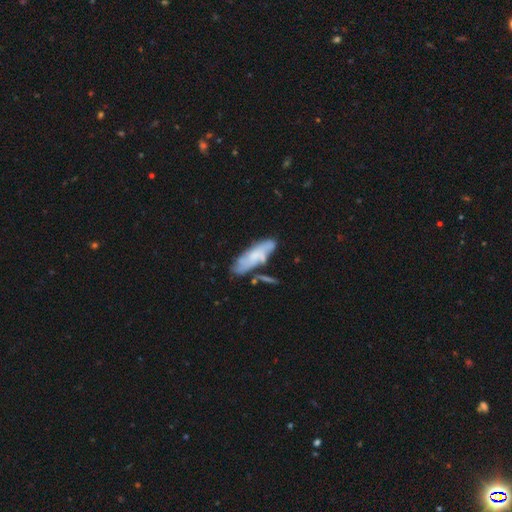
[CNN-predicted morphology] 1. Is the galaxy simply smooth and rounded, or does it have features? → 49% featured or disk, 44% smooth, 7% star or artifact.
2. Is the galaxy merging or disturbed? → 58% none, 21% minor disturbance, 14% merger, 7% major disturbance.